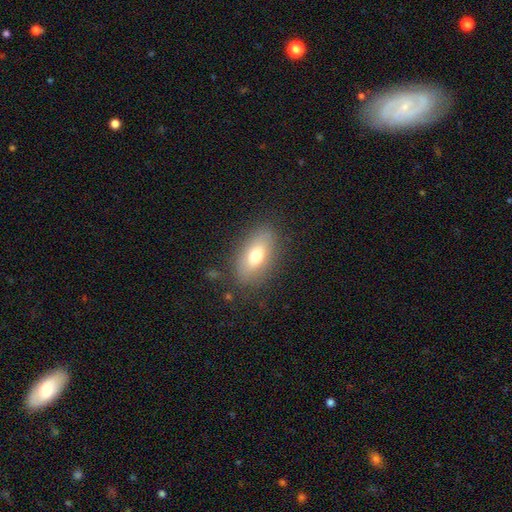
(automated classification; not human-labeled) Smooth or featured: smooth — 72% (featured or disk — 20%)
How rounded: in between — 88% (cigar-shaped — 6%)
Merging: none — 81% (minor disturbance — 13%)